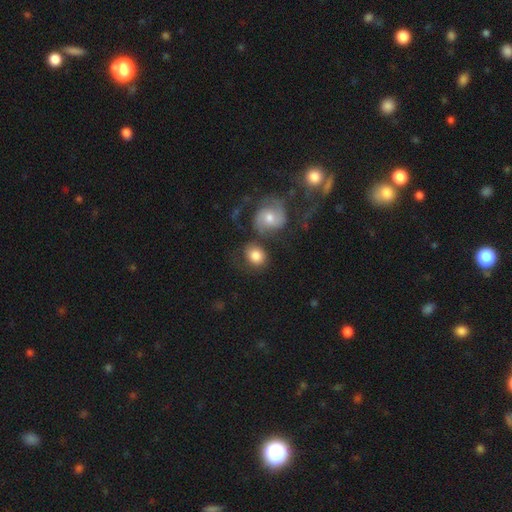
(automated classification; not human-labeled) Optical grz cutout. It shows a smooth galaxy with no disk features (75%) that is round (61%). Merging: none (49%).